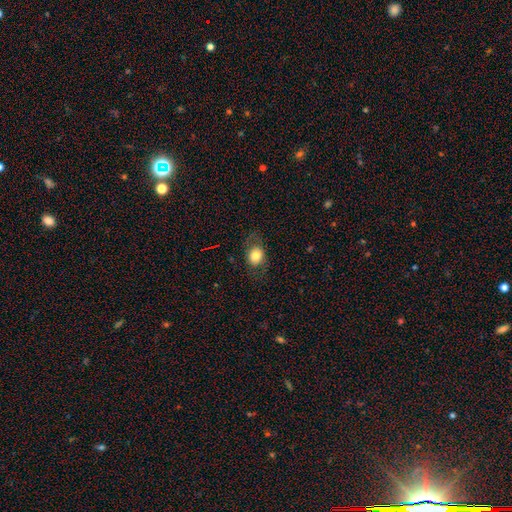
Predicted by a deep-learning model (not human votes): The model was most divided on "how rounded": in between: 52%, round: 47%, cigar-shaped: 1%. More confident: merging — none (74%); smooth or featured — smooth (71%).